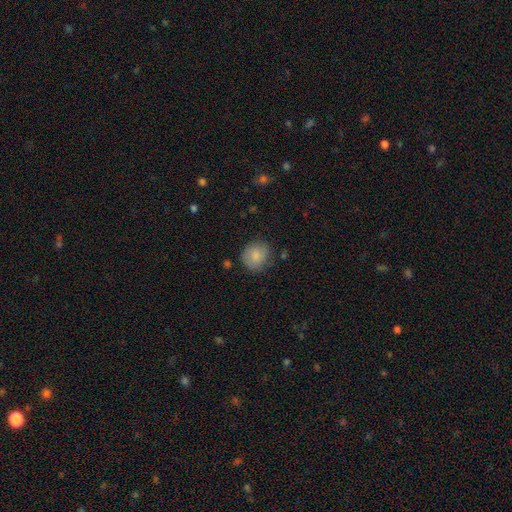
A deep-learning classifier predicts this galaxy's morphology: The model was most divided on "merging": none: 78%, minor disturbance: 16%, major disturbance: 4%, merger: 2%. More confident: smooth or featured — smooth (85%); how rounded — round (84%).